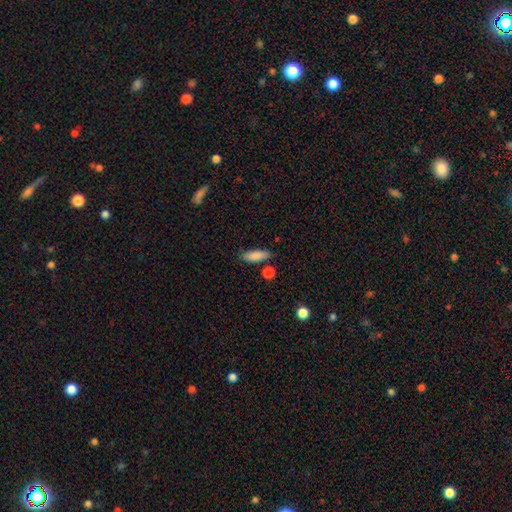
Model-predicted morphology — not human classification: Overall: smooth (86%). How rounded: in between (58%; cigar-shaped 39%). Merging: none (78%).